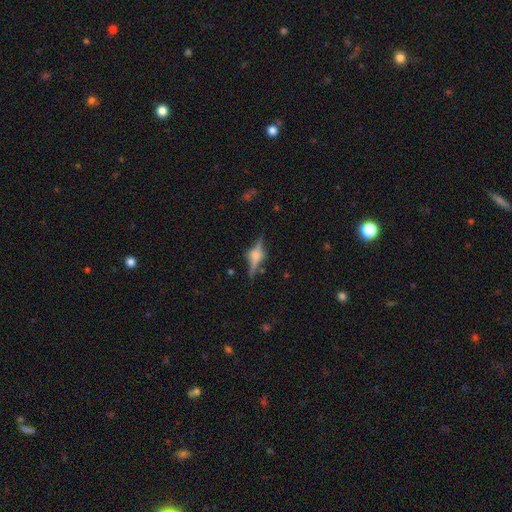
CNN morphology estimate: Smooth or featured: featured or disk — 70% (smooth — 20%)
Edge-on disk: yes — 95% (no — 5%)
Edge-on bulge: rounded — 83% (boxy — 14%)
Merging: none — 78% (minor disturbance — 14%)